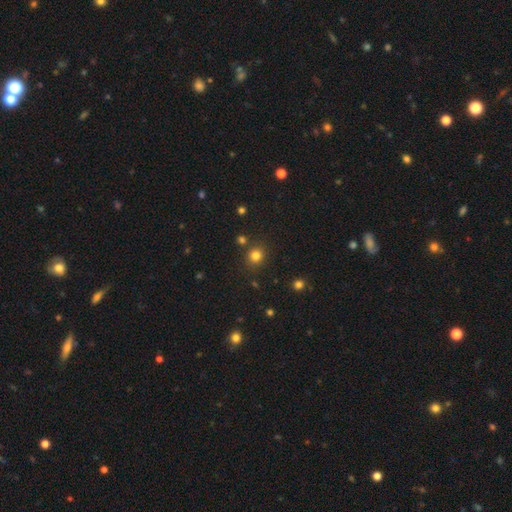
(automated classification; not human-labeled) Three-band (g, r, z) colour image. It shows a smooth galaxy with no disk features (80%) that is round (85%). Merging: none (83%).